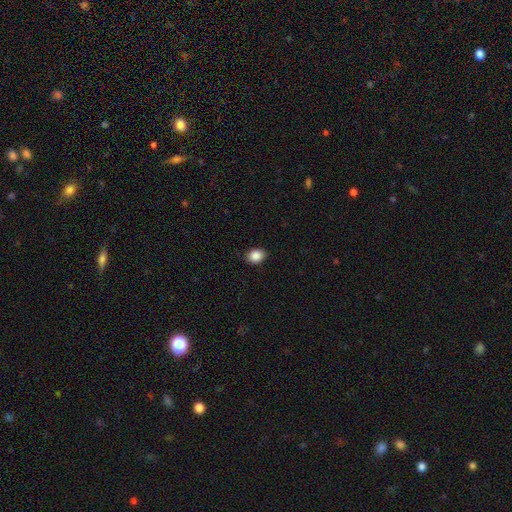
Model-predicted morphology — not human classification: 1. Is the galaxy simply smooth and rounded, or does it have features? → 88% smooth, 9% star or artifact, 4% featured or disk.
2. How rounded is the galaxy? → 61% in between, 38% round, 1% cigar-shaped.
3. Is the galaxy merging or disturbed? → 87% none, 10% minor disturbance, 2% major disturbance, 1% merger.